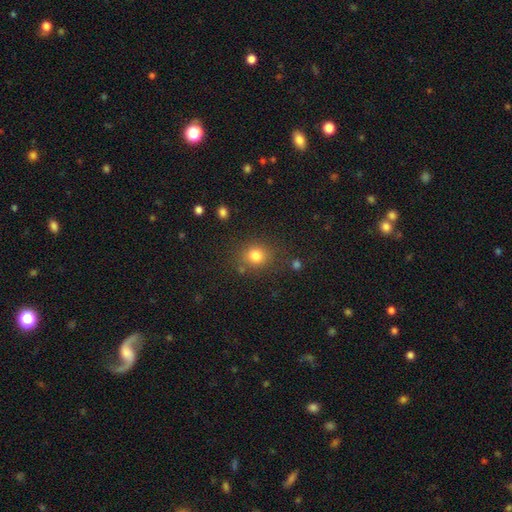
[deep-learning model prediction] Smooth or featured? smooth (80%)
How rounded? round (78%)
Merging? none (79%)